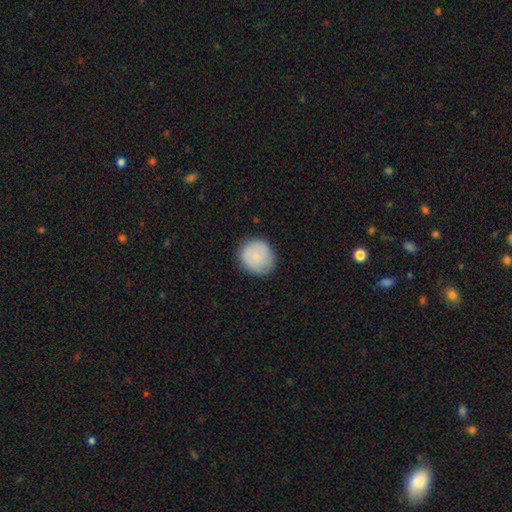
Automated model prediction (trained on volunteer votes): The model was most divided on "smooth or featured": smooth: 80%, featured or disk: 13%, star or artifact: 7%. More confident: how rounded — round (90%); merging — none (83%).